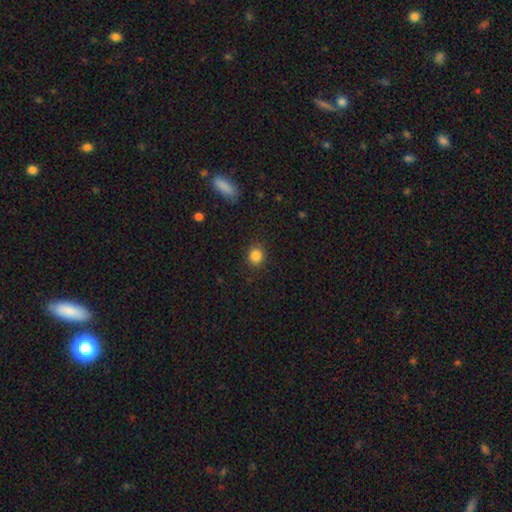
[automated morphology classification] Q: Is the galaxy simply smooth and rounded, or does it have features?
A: smooth — 85%.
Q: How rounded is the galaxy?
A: round — 82%.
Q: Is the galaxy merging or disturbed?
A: none — 88%.